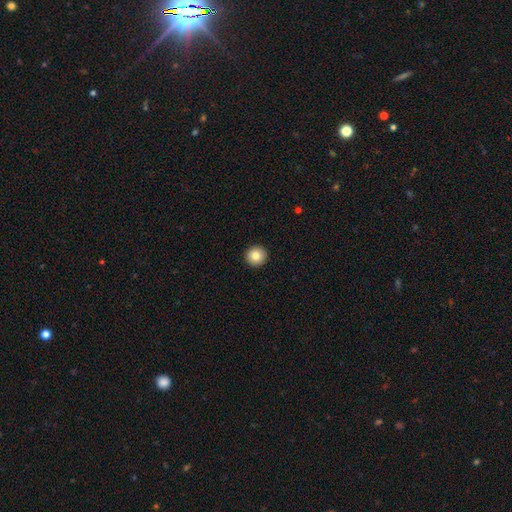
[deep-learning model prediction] Overall: smooth (82%). How rounded: round (95%). Merging: none (94%).